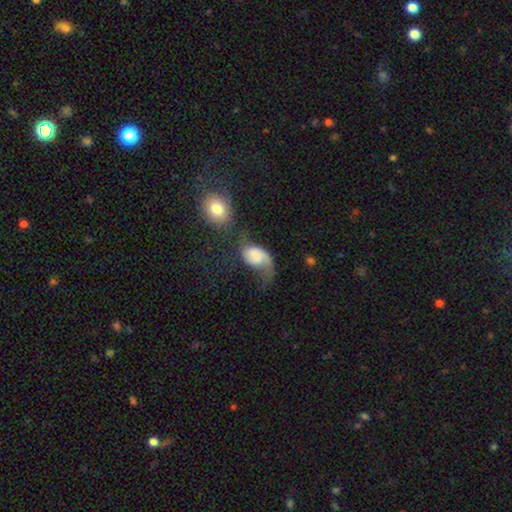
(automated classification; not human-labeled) Smooth or featured: featured or disk — 51% (smooth — 41%)
Edge-on disk: no — 97% (yes — 3%)
Merging: major disturbance — 41% (none — 22%)